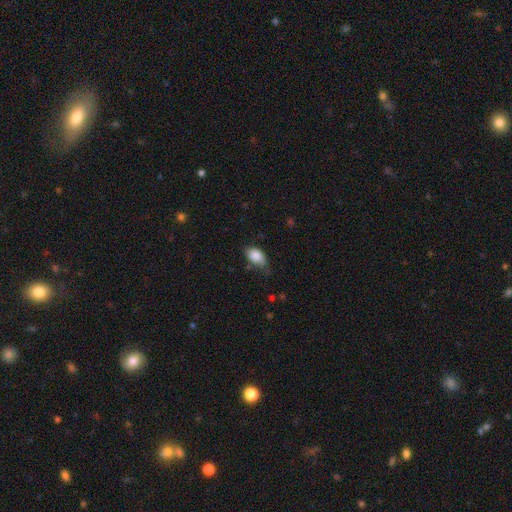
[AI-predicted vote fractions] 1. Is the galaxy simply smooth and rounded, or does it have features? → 85% smooth, 8% featured or disk, 7% star or artifact.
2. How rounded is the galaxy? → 90% in between, 8% round, 2% cigar-shaped.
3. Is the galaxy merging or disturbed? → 56% none, 34% minor disturbance, 8% major disturbance, 2% merger.